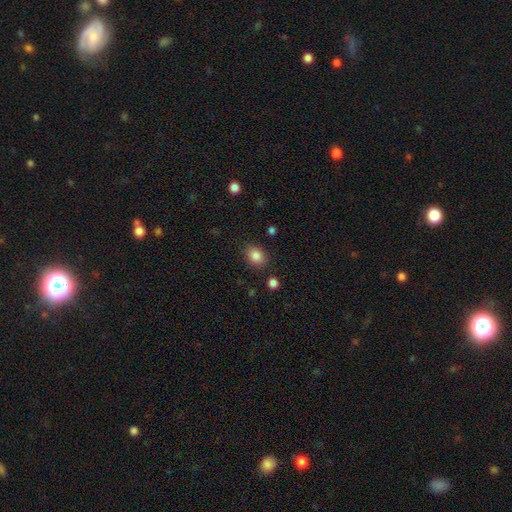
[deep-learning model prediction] Smooth or featured: smooth — 86% (star or artifact — 9%)
How rounded: in between — 53% (round — 46%)
Merging: none — 84% (minor disturbance — 11%)